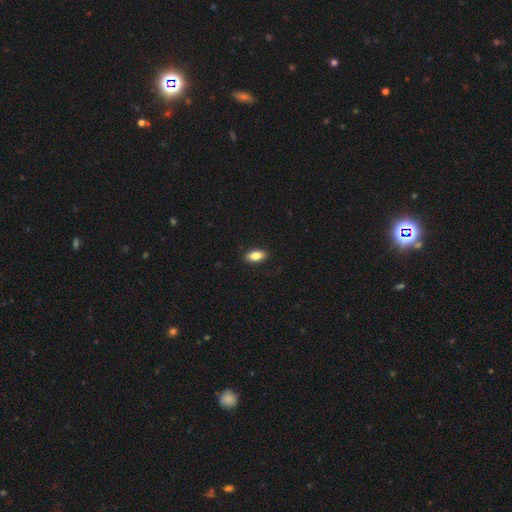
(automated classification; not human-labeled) A smooth galaxy with no disk features (83%) that is in between round and cigar-shaped (89%). Merging: none (89%).